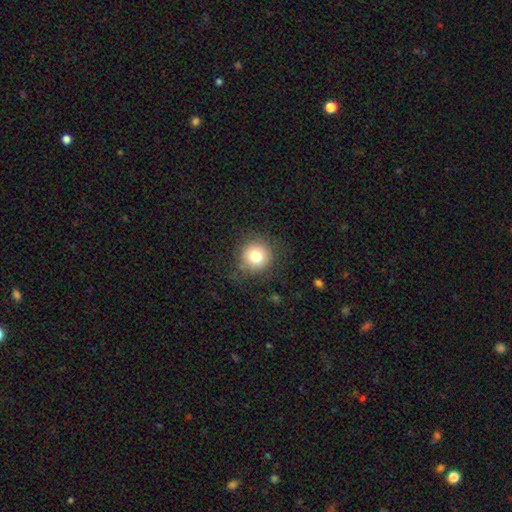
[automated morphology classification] Smooth or featured? smooth (80%)
How rounded? round (93%)
Merging? none (82%)